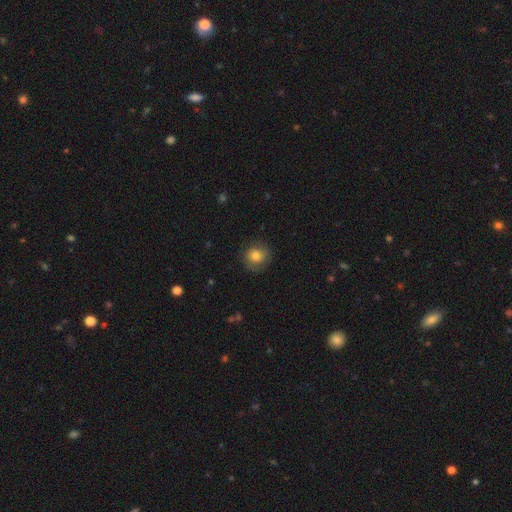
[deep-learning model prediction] Smooth or featured? smooth (76%)
How rounded? round (89%)
Merging? none (84%)